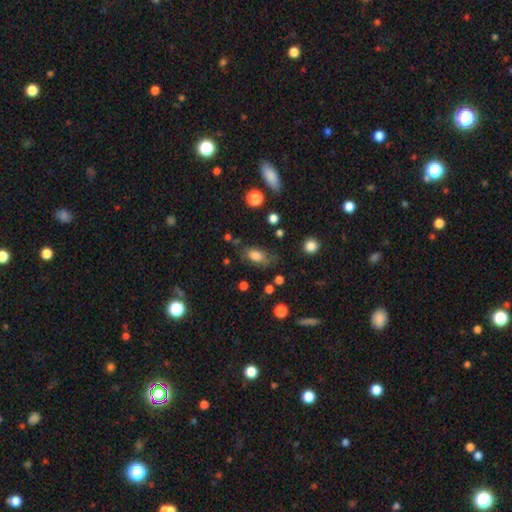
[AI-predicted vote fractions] This appears to be a smooth galaxy with no disk features (79%) that is in between round and cigar-shaped (82%). Merging: none (66%).